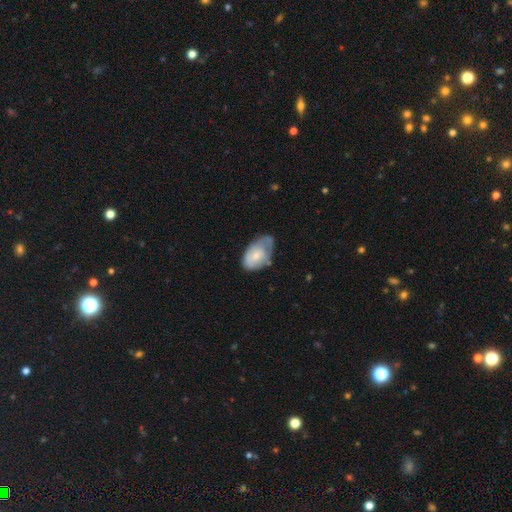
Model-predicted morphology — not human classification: Smooth or featured? Predicted: smooth (p=0.58). How rounded? Predicted: in between (p=0.92). Merging? Predicted: minor disturbance (p=0.42).